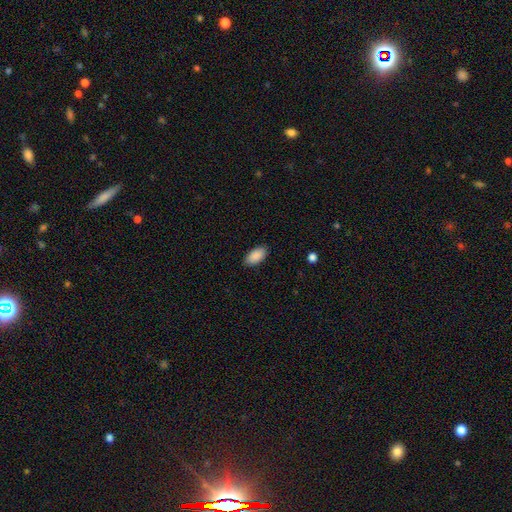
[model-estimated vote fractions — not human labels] Smooth or featured? Predicted: smooth (p=0.90). How rounded? Predicted: in between (p=0.95). Merging? Predicted: none (p=0.88).